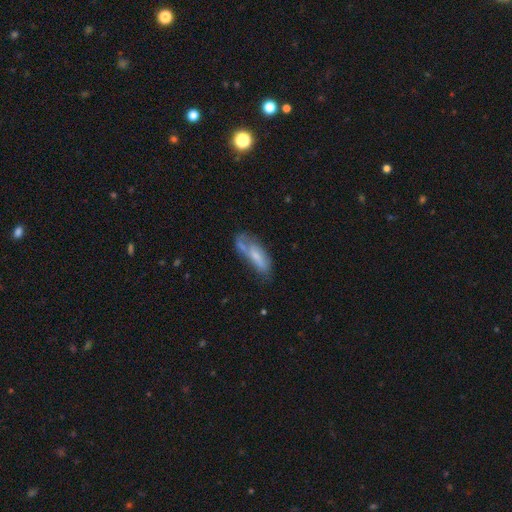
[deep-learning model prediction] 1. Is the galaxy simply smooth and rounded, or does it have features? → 48% featured or disk, 44% smooth, 8% star or artifact.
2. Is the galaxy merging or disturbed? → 42% none, 28% minor disturbance, 20% major disturbance, 9% merger.